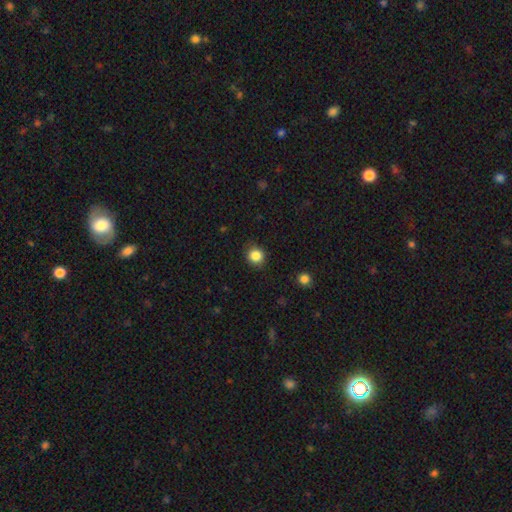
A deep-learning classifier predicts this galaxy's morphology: Smooth or featured?
  - smooth: 85% *
  - star or artifact: 11%
  - featured or disk: 4%
How rounded?
  - round: 86% *
  - in between: 13%
  - cigar-shaped: 1%
Merging?
  - none: 86% *
  - minor disturbance: 10%
  - major disturbance: 3%
  - merger: 1%